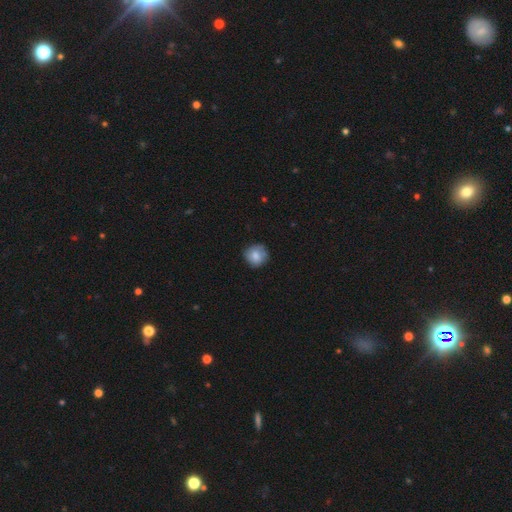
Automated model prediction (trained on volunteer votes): Smooth or featured? Predicted: smooth (p=0.80). How rounded? Predicted: round (p=0.89). Merging? Predicted: none (p=0.79).